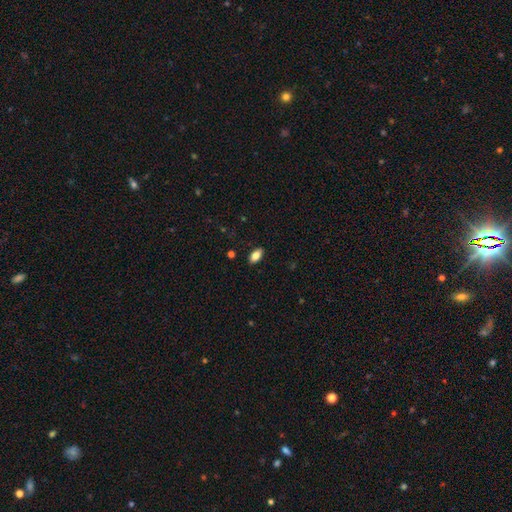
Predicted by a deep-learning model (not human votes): A smooth galaxy with no disk features (79%) that is in between round and cigar-shaped (91%). Merging: none (88%).